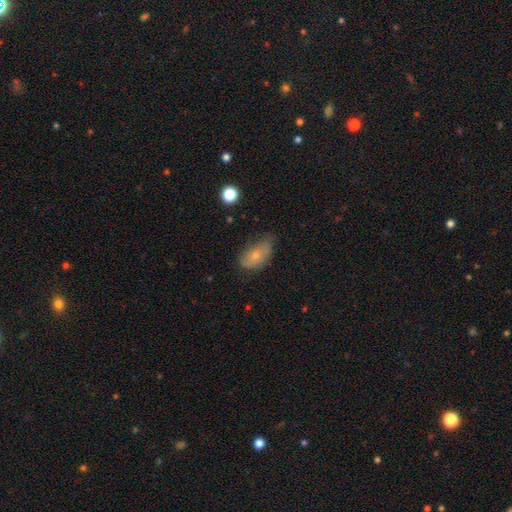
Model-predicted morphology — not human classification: The model was most divided on "merging": none: 46%, minor disturbance: 38%, major disturbance: 13%, merger: 2%. More confident: how rounded — in between (90%); smooth or featured — smooth (66%).